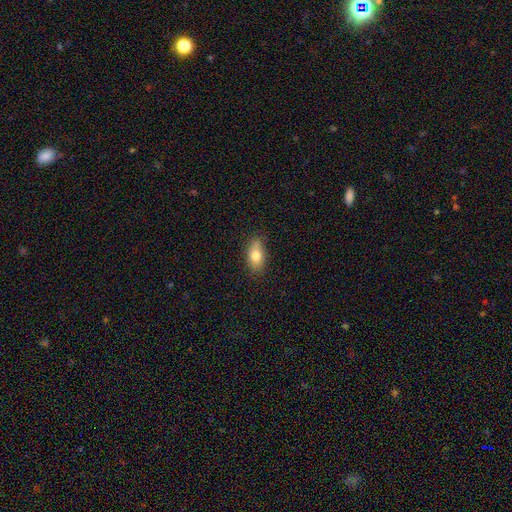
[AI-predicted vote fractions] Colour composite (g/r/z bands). It shows a smooth galaxy with no disk features (77%) that is in between round and cigar-shaped (85%). Merging: none (76%).